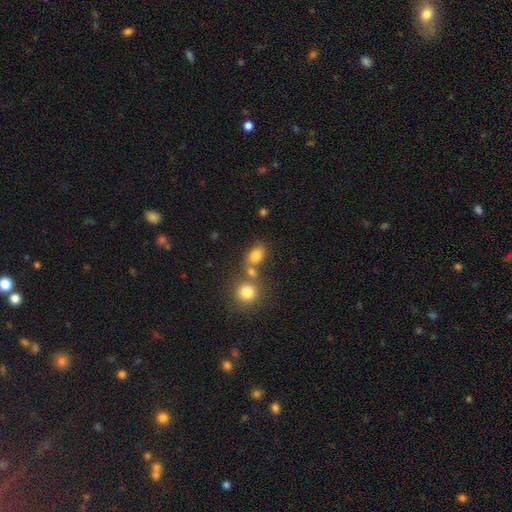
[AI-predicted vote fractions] Smooth or featured? smooth (79%)
How rounded? in between (69%)
Merging? none (52%)